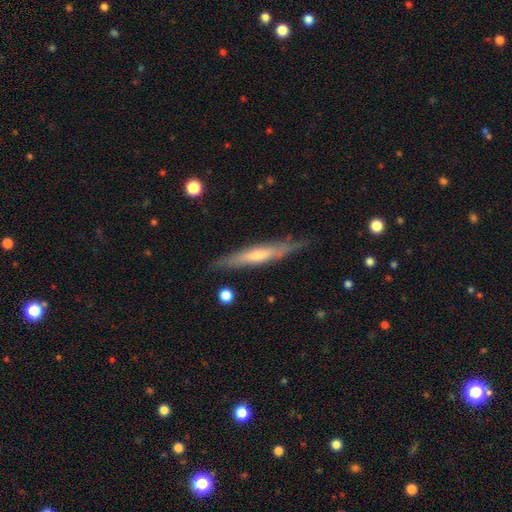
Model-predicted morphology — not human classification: This appears to be a featured or disk galaxy (56%) viewed edge-on (88%). Merging: none (79%).